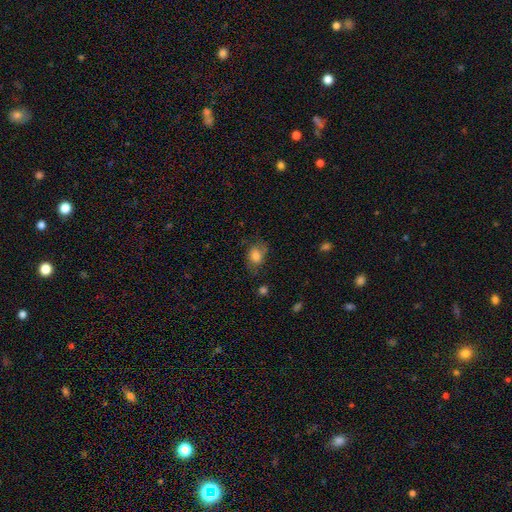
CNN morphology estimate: A smooth galaxy with no disk features (74%) that is in between round and cigar-shaped (68%).

Vote fractions:
- Smooth or featured? smooth: 74% / featured or disk: 16% / star or artifact: 10%
- How rounded? in between: 68% / round: 30% / cigar-shaped: 1%
- Merging? none: 64% / minor disturbance: 24% / major disturbance: 10% / merger: 2%